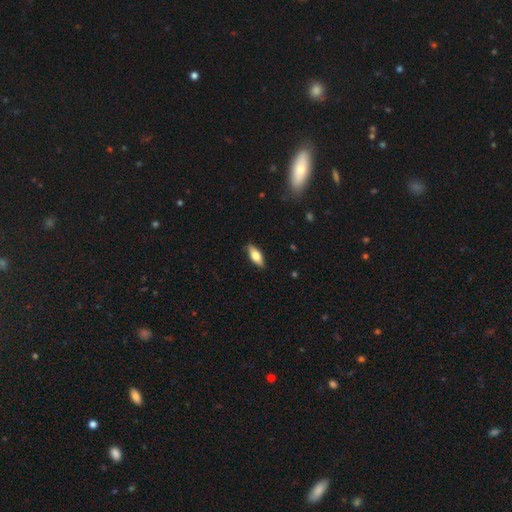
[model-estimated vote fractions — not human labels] Q: Smooth or featured?
A: smooth (67%); runner-up: featured or disk (27%)
Q: How rounded?
A: in between (75%); runner-up: cigar-shaped (22%)
Q: Merging?
A: none (85%); runner-up: minor disturbance (12%)